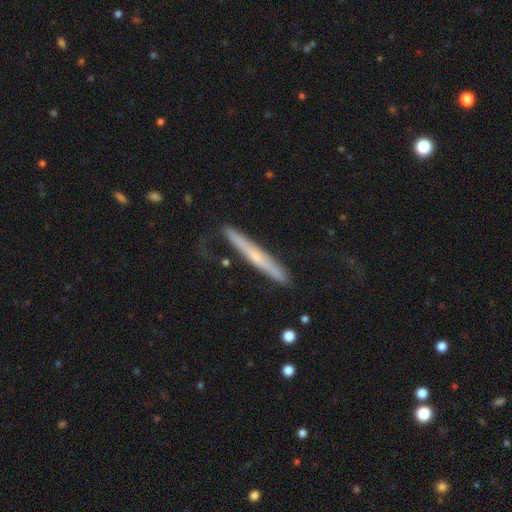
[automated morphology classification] type=featured or disk (55%); edge-on=yes (92%); edge-on bulge=rounded (49%); merging=none (81%).